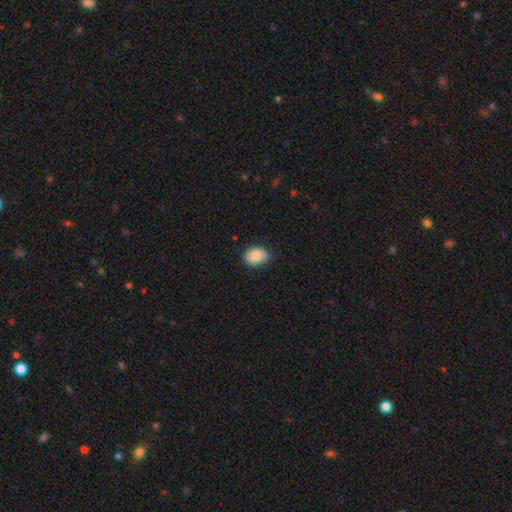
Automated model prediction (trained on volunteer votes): Smooth or featured?
  - smooth: 82% *
  - featured or disk: 10%
  - star or artifact: 8%
How rounded?
  - in between: 53% *
  - round: 46%
  - cigar-shaped: 1%
Merging?
  - none: 77% *
  - minor disturbance: 19%
  - major disturbance: 3%
  - merger: 1%